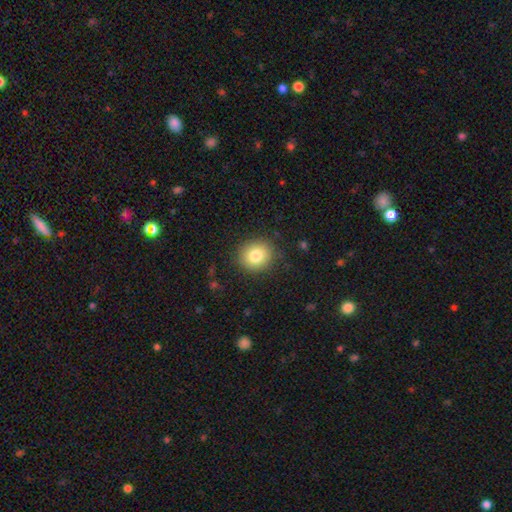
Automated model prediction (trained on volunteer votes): The model was most divided on "how rounded": round: 81%, in between: 18%, cigar-shaped: 1%. More confident: merging — none (87%); smooth or featured — smooth (81%).